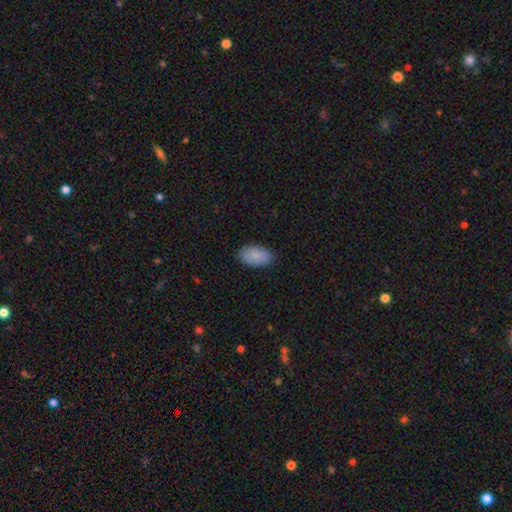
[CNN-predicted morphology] smooth-or-featured: smooth: 86% | featured or disk: 8% | star or artifact: 6%
  how-rounded: in between: 94% | round: 5% | cigar-shaped: 1%
  merging: none: 84% | minor disturbance: 12% | major disturbance: 2% | merger: 1%